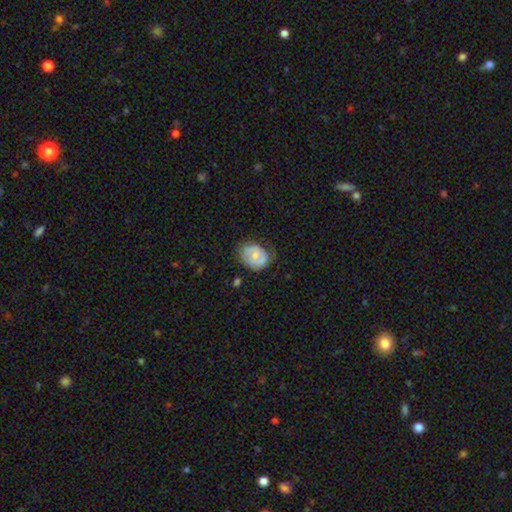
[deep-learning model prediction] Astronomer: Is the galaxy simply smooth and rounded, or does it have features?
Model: smooth — 56% (runner-up: featured or disk, 37%).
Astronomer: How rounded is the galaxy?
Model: in between — 56% (runner-up: round, 43%).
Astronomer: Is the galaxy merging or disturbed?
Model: none — 61%.